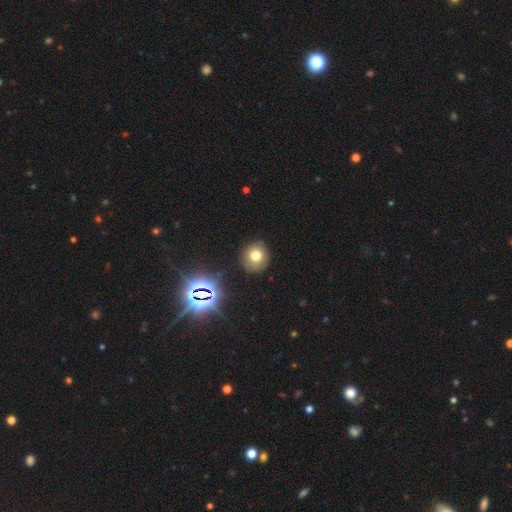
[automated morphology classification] smooth-or-featured: smooth: 73% | star or artifact: 17% | featured or disk: 11%
  how-rounded: round: 85% | in between: 14% | cigar-shaped: 1%
  merging: none: 86% | minor disturbance: 10% | major disturbance: 3% | merger: 2%